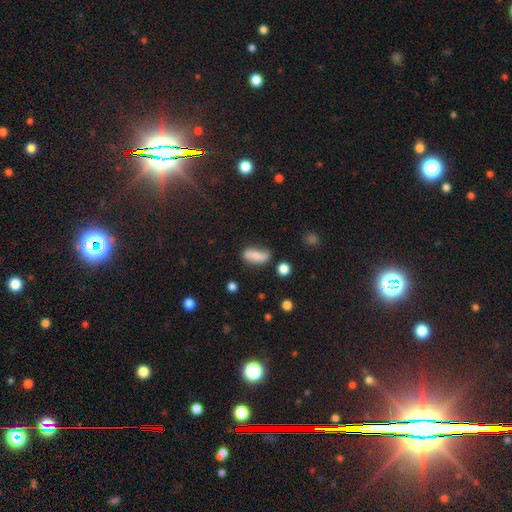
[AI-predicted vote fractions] This is likely a smooth galaxy (71%). How rounded: likely in between (77%). Merging: possibly none (58%).